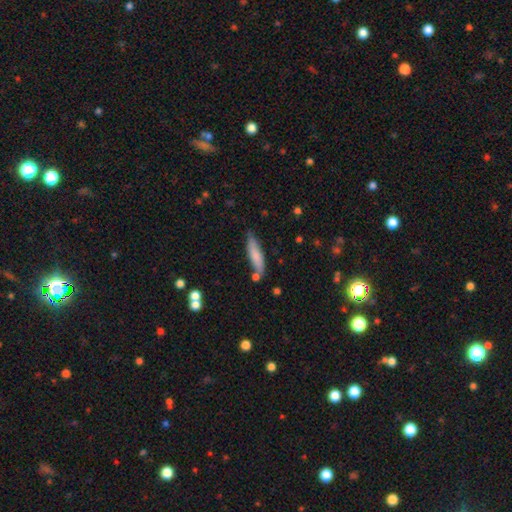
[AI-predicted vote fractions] Smooth or featured? smooth (76%)
How rounded? cigar-shaped (73%)
Merging? none (72%)